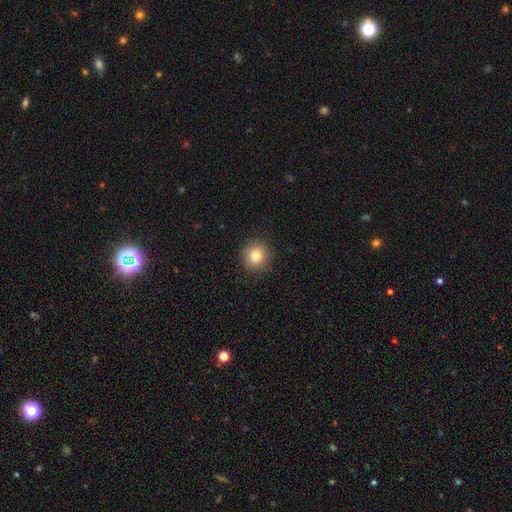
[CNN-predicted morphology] Q: Smooth or featured?
A: smooth (83%); runner-up: star or artifact (10%)
Q: How rounded?
A: round (89%); runner-up: in between (10%)
Q: Merging?
A: none (90%); runner-up: minor disturbance (7%)